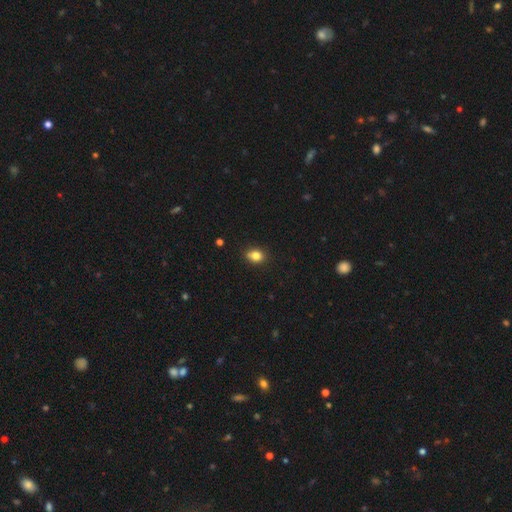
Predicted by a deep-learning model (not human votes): Smooth or featured: smooth — 82% (star or artifact — 11%)
How rounded: in between — 51% (round — 48%)
Merging: none — 80% (minor disturbance — 15%)